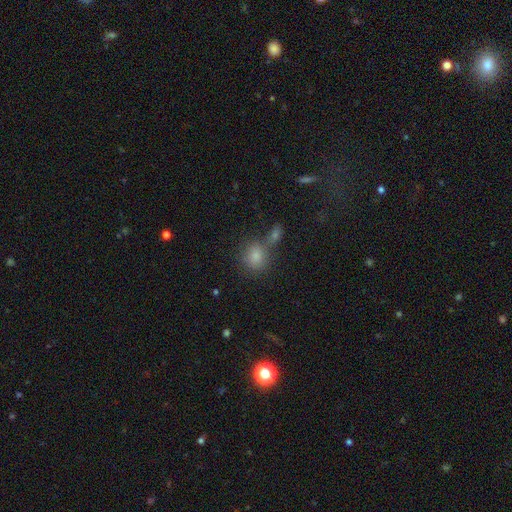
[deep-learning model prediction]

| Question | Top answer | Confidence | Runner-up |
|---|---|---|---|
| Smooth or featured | smooth | 71% | star or artifact (21%) |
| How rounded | round | 70% | in between (28%) |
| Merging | none | 62% | merger (22%) |